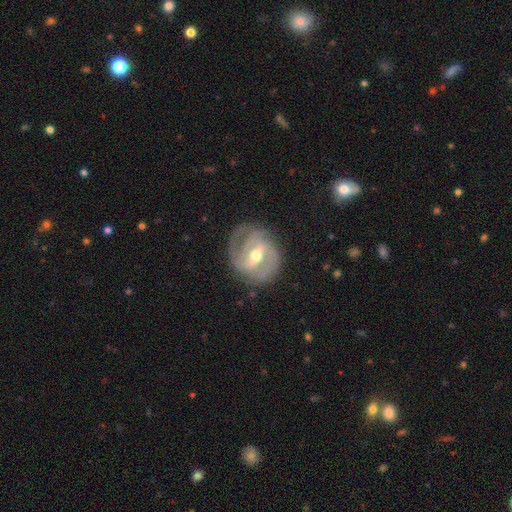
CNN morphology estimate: Overall: featured or disk (86%). Edge-on disk: no (96%). Bar: strong (45%; weak 42%). Spiral arms: yes (93%). Spiral arm count: 2 (56%; 3 19%). Spiral winding: tight (47%; medium 41%). Bulge size: moderate (72%). Merging: none (75%).